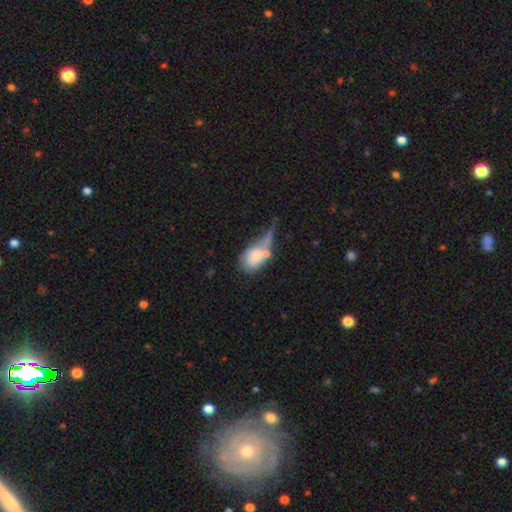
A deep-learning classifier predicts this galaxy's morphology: Smooth or featured: smooth — 67% (featured or disk — 26%)
How rounded: in between — 82% (round — 15%)
Merging: merger — 32% (major disturbance — 31%)